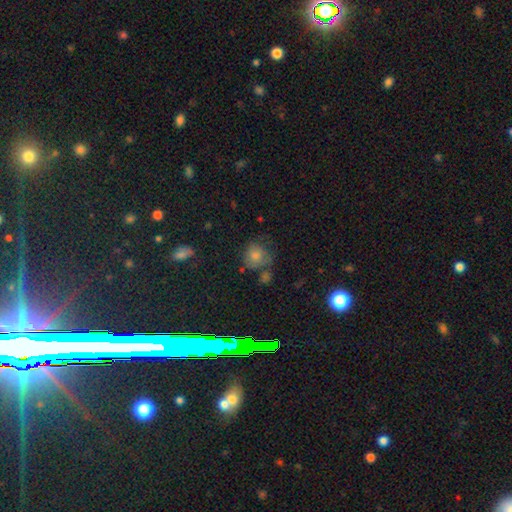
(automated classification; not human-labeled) Q: Smooth or featured?
A: smooth (76%); runner-up: featured or disk (13%)
Q: How rounded?
A: round (80%); runner-up: in between (19%)
Q: Merging?
A: none (50%); runner-up: minor disturbance (24%)